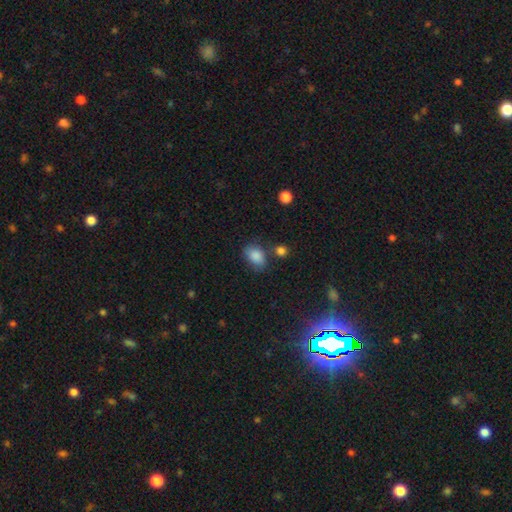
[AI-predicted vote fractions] Q: Smooth or featured?
A: smooth (85%); runner-up: star or artifact (9%)
Q: How rounded?
A: in between (80%); runner-up: round (19%)
Q: Merging?
A: none (64%); runner-up: minor disturbance (22%)